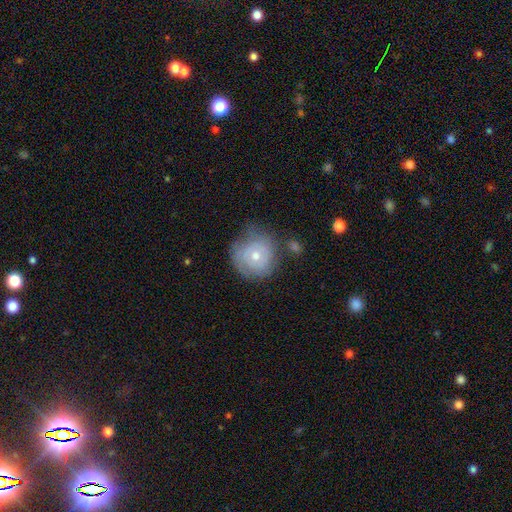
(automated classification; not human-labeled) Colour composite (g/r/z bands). It shows a featured or disk galaxy (48%). Merging: none (61%).